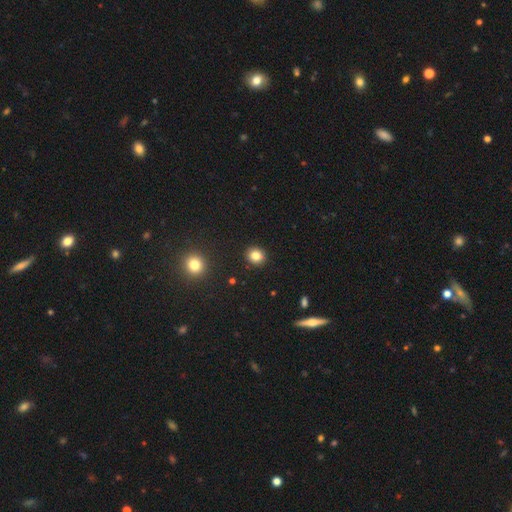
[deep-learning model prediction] Overall: smooth (83%). How rounded: round (80%). Merging: none (92%).